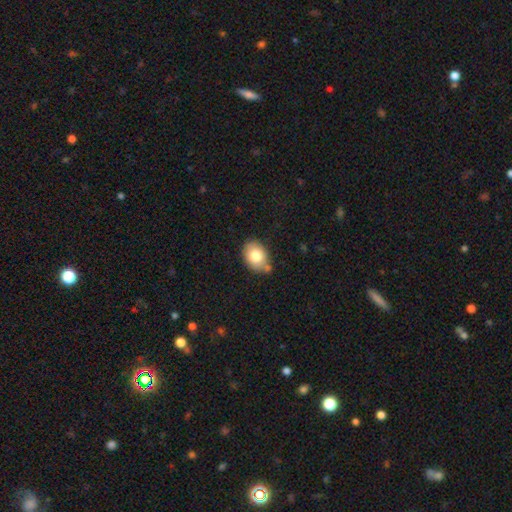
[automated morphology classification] Smooth or featured? smooth (78%)
How rounded? in between (69%)
Merging? none (72%)